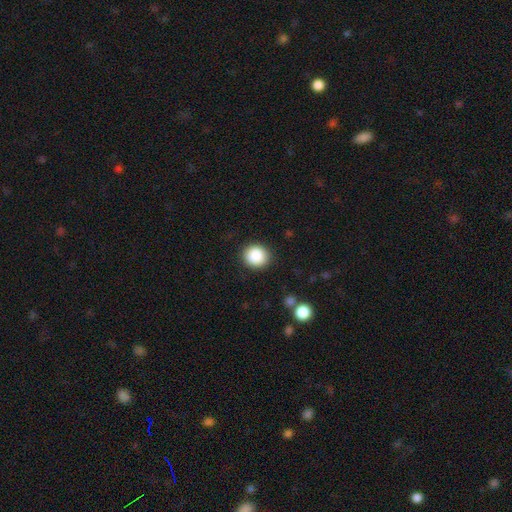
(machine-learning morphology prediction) Smooth or featured?
  - smooth: 88% *
  - star or artifact: 8%
  - featured or disk: 3%
How rounded?
  - round: 85% *
  - in between: 14%
  - cigar-shaped: 1%
Merging?
  - none: 90% *
  - minor disturbance: 7%
  - major disturbance: 2%
  - merger: 1%